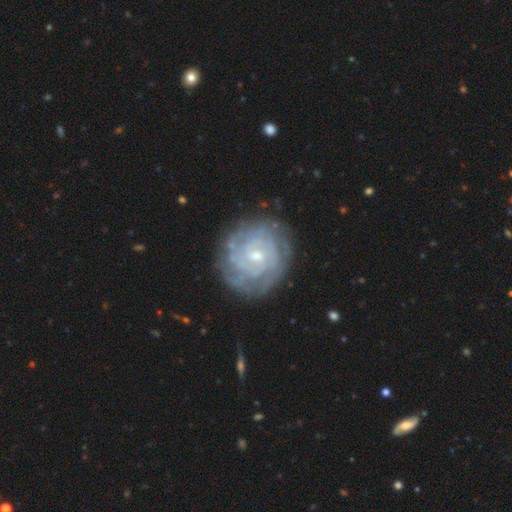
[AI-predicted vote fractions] smooth_or_featured: featured or disk (p=0.84) [alt: smooth p=0.10]
disk_edge_on: no (p=0.97) [alt: yes p=0.03]
bar: no (p=0.61) [alt: weak p=0.32]
has_spiral_arms: yes (p=0.95) [alt: no p=0.05]
spiral_winding: tight (p=0.81) [alt: medium p=0.16]
spiral_arm_count: can't tell (p=0.40) [alt: 4 p=0.17]
bulge_size: small (p=0.60) [alt: moderate p=0.36]
merging: none (p=0.81) [alt: minor disturbance p=0.13]